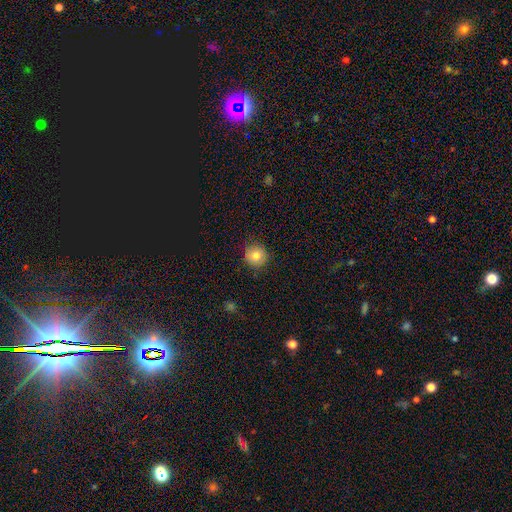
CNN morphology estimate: smooth_or_featured: smooth (p=0.81) [alt: star or artifact p=0.10]
how_rounded: round (p=0.93) [alt: in between p=0.06]
merging: none (p=0.87) [alt: minor disturbance p=0.10]